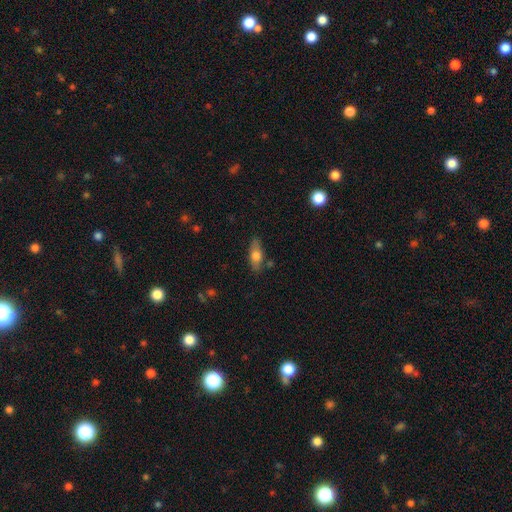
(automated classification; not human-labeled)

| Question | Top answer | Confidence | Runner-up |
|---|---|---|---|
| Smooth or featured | smooth | 64% | featured or disk (29%) |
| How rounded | in between | 70% | cigar-shaped (25%) |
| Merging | none | 77% | minor disturbance (16%) |